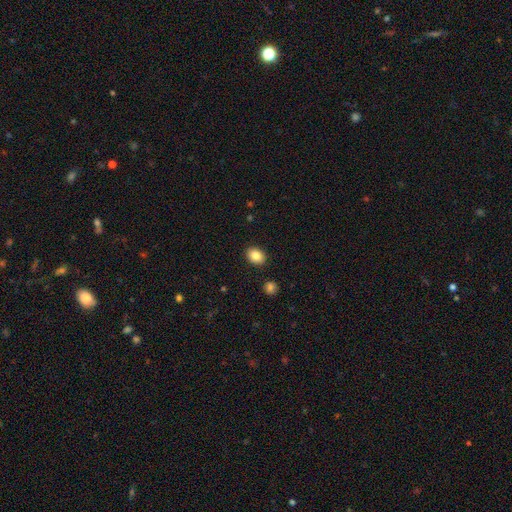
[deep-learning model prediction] The model was most divided on "how rounded": in between: 66%, round: 33%, cigar-shaped: 1%. More confident: merging — none (89%); smooth or featured — smooth (85%).